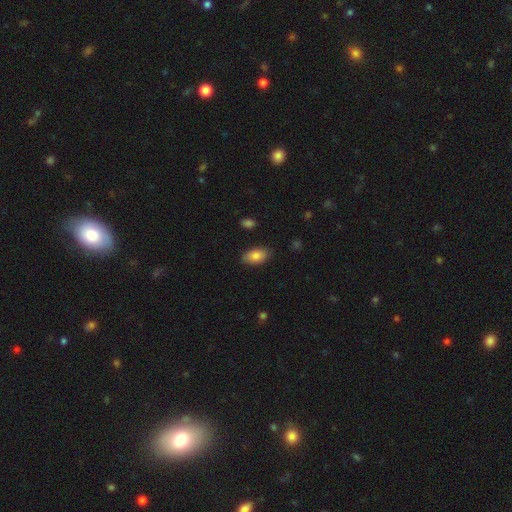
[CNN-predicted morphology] A smooth galaxy with no disk features (85%) that is in between round and cigar-shaped (93%). Merging: none (86%).